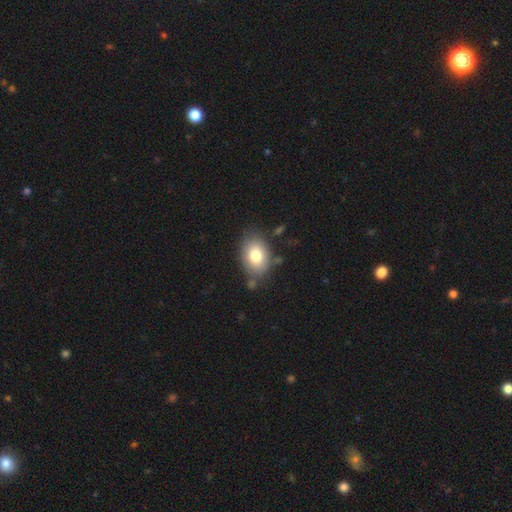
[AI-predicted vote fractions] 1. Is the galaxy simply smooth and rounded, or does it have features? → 79% smooth, 13% featured or disk, 8% star or artifact.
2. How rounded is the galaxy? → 81% in between, 18% round, 1% cigar-shaped.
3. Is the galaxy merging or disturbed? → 75% none, 15% minor disturbance, 5% merger, 4% major disturbance.